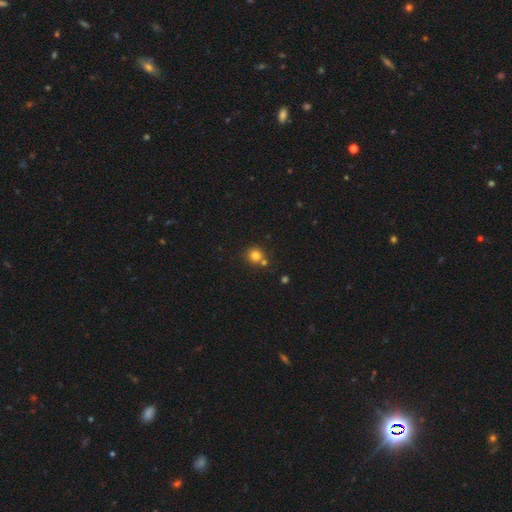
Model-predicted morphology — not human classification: The model was most divided on "merging": none: 68%, merger: 21%, minor disturbance: 8%, major disturbance: 3%. More confident: how rounded — round (92%); smooth or featured — smooth (80%).